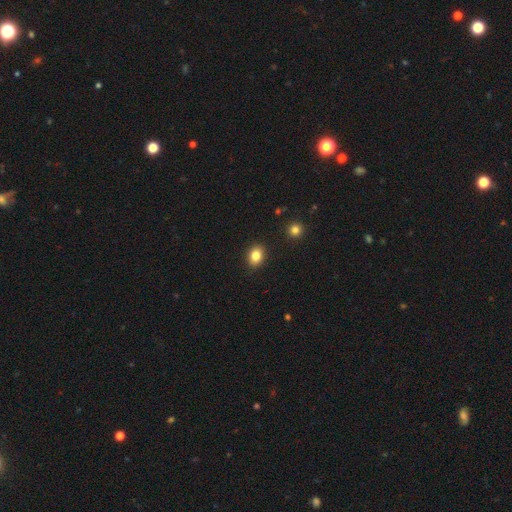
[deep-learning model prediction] Q: Smooth or featured?
A: smooth (83%); runner-up: star or artifact (10%)
Q: How rounded?
A: in between (58%); runner-up: round (41%)
Q: Merging?
A: none (89%); runner-up: minor disturbance (7%)